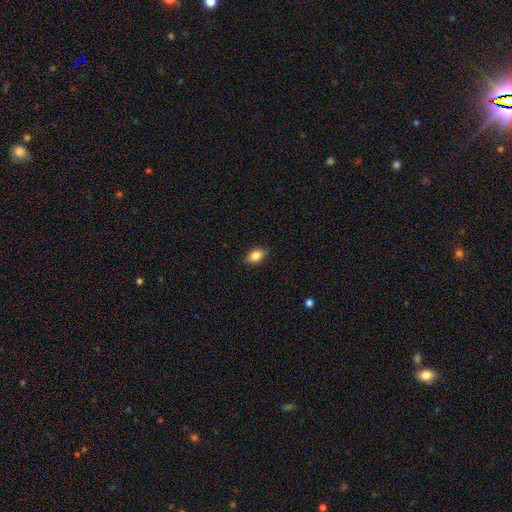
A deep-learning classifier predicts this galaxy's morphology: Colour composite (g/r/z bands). It shows a smooth galaxy with no disk features (75%) that is in between round and cigar-shaped (85%). Merging: none (85%).